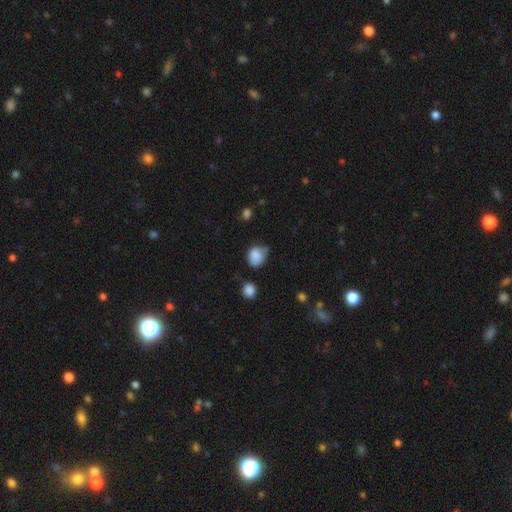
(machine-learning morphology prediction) Smooth or featured?
  - smooth: 82% *
  - star or artifact: 9%
  - featured or disk: 8%
How rounded?
  - round: 64% *
  - in between: 35%
  - cigar-shaped: 1%
Merging?
  - none: 42% *
  - minor disturbance: 41%
  - major disturbance: 11%
  - merger: 6%